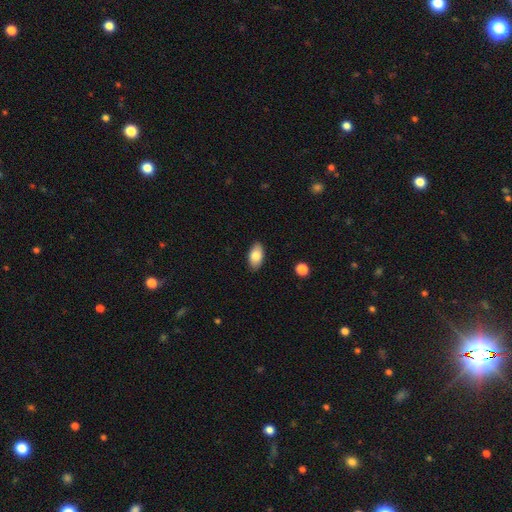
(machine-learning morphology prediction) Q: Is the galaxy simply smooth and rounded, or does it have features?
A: smooth — 83%.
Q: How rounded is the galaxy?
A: in between — 94%.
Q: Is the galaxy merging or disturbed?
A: none — 88%.